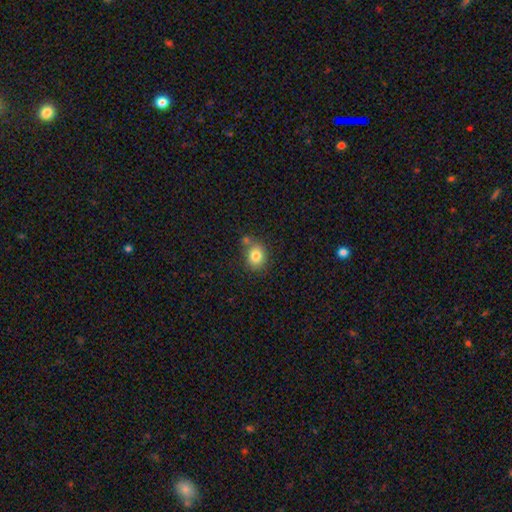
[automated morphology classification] This is clearly a smooth galaxy (81%). How rounded: likely round (73%). Merging: likely none (62%).